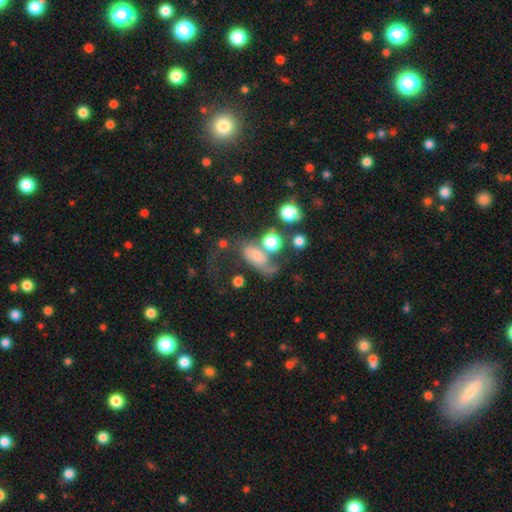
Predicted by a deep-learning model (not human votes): Overall: featured or disk (49%; smooth 34%). Merging: major disturbance (32%; none 31%).